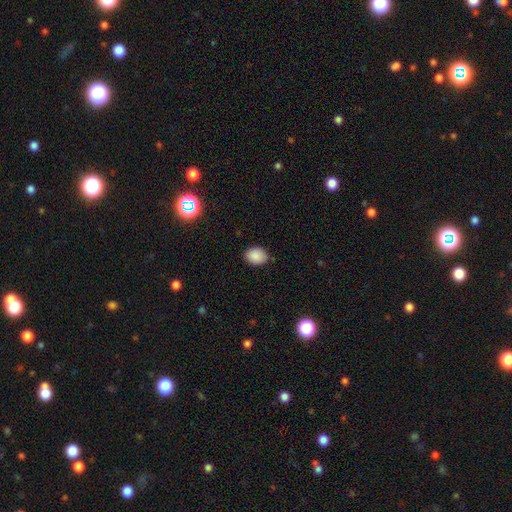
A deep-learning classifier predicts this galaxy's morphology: Q: Smooth or featured?
A: smooth (87%); runner-up: star or artifact (9%)
Q: How rounded?
A: in between (66%); runner-up: round (33%)
Q: Merging?
A: none (83%); runner-up: minor disturbance (13%)